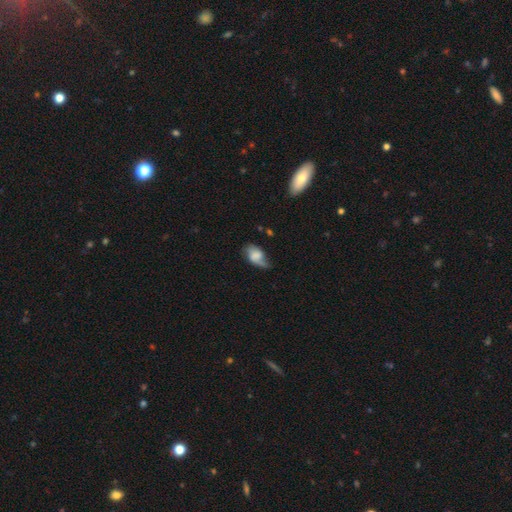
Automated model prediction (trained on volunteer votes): smooth 56%, featured or disk 36%, star or artifact 9%. Down the decision tree: how rounded — in between (86%); merging — none (38%).